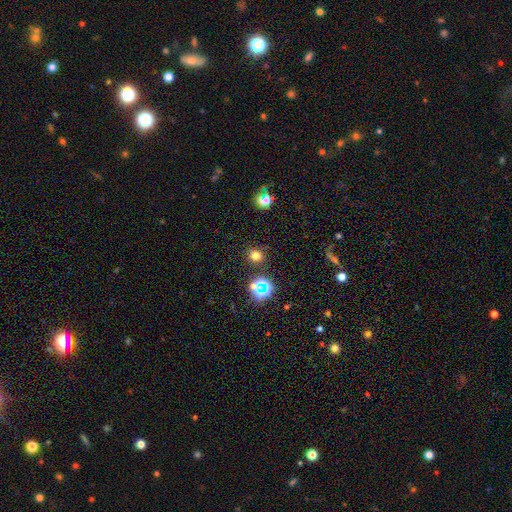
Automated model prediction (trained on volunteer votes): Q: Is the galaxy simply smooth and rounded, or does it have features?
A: smooth — 69%.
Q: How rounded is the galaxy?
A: round — 80%.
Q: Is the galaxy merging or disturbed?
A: none — 87%.